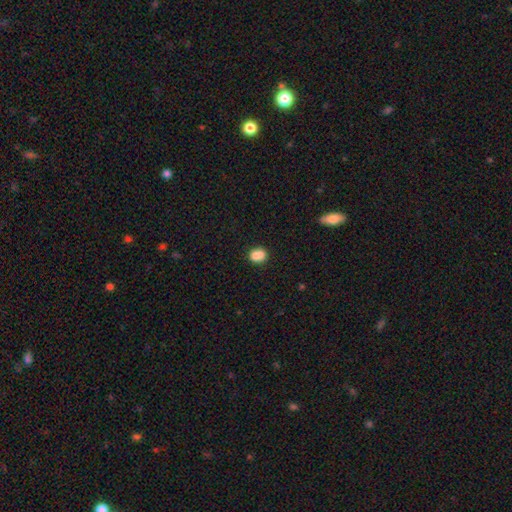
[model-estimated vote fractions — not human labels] This appears to be a smooth galaxy with no disk features (81%) that is round (53%). Merging: none (57%).